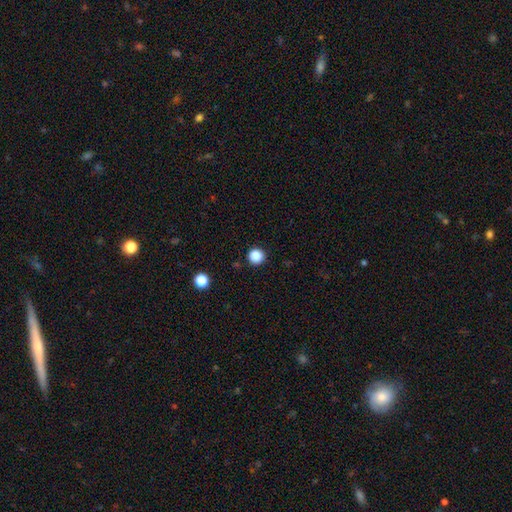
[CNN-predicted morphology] A smooth galaxy with no disk features (86%) that is round (96%). Merging: none (92%).